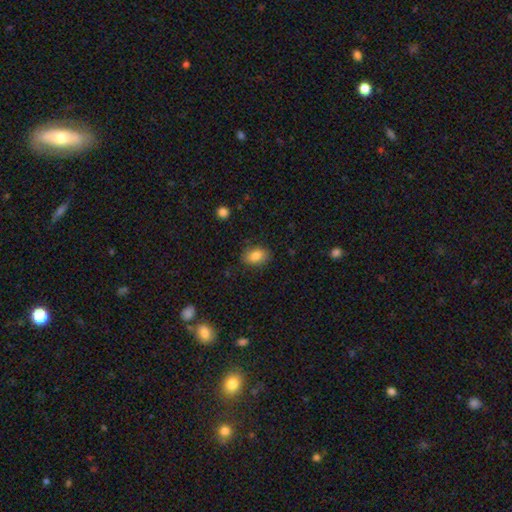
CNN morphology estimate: smooth-or-featured: smooth: 83% | featured or disk: 8% | star or artifact: 8%
  how-rounded: in between: 81% | round: 18% | cigar-shaped: 1%
  merging: none: 82% | minor disturbance: 13% | major disturbance: 3% | merger: 1%